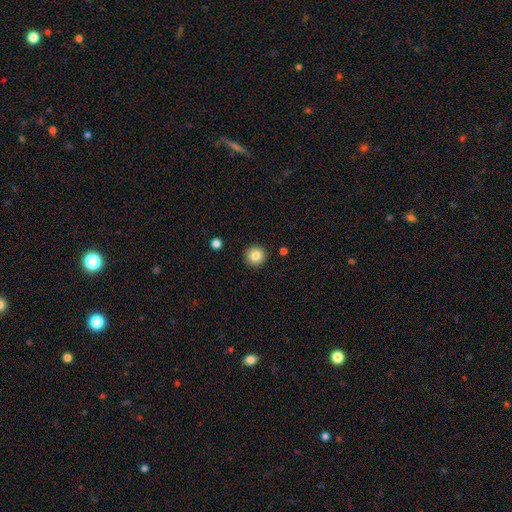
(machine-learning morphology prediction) smooth-or-featured: smooth: 84% | star or artifact: 10% | featured or disk: 6%
  how-rounded: round: 95% | in between: 4% | cigar-shaped: 1%
  merging: none: 92% | minor disturbance: 5% | major disturbance: 2% | merger: 2%